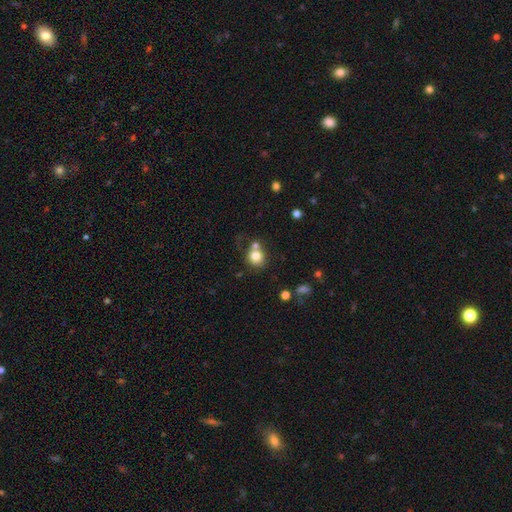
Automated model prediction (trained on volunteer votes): Overall: smooth (79%). How rounded: round (83%). Merging: none (54%; merger 27%).